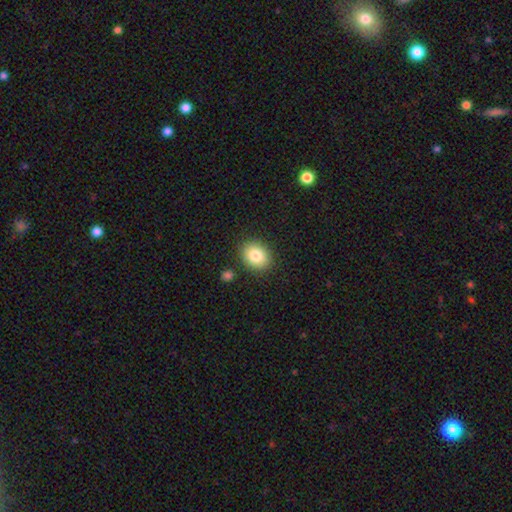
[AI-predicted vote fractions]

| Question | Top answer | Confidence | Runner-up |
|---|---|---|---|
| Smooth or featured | smooth | 83% | star or artifact (9%) |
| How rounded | round | 53% | in between (46%) |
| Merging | none | 87% | minor disturbance (8%) |